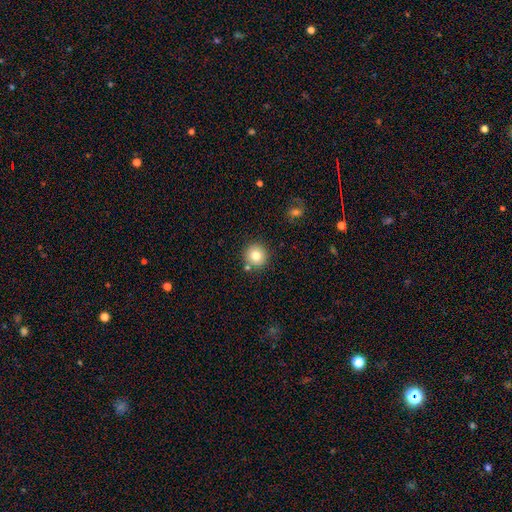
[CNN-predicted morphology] This is likely a smooth galaxy (80%). How rounded: clearly round (94%). Merging: clearly none (84%).